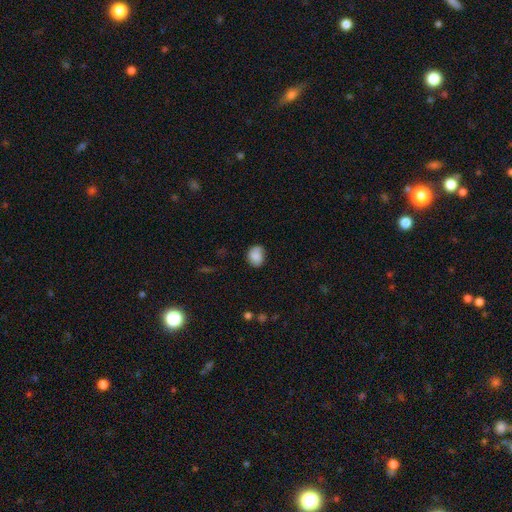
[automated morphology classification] Smooth or featured? smooth (74%)
How rounded? round (50%)
Merging? none (67%)